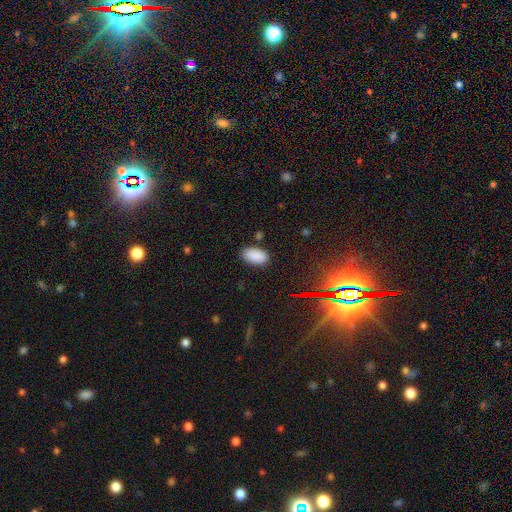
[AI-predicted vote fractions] A smooth galaxy with no disk features (87%) that is in between round and cigar-shaped (95%). Merging: none (85%).